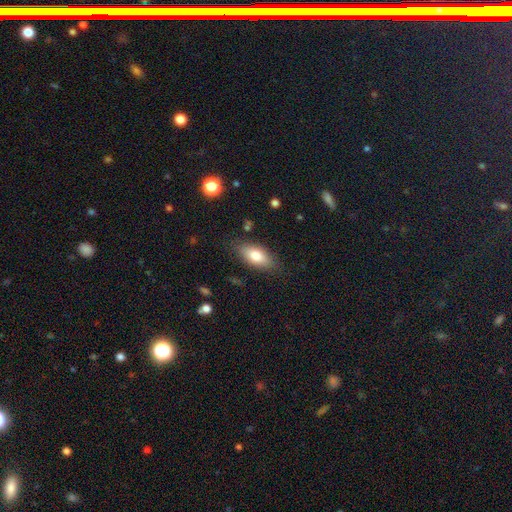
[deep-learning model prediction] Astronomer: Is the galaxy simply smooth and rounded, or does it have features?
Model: smooth — 76%.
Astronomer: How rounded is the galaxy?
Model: in between — 84%.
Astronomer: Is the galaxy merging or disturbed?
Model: none — 82%.